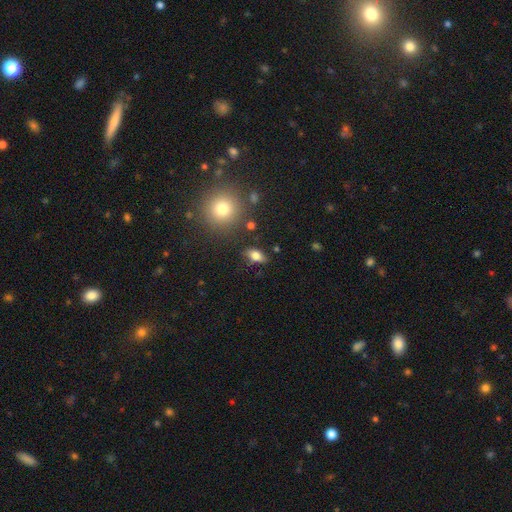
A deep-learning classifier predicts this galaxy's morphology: smooth_or_featured: smooth (p=0.73) [alt: featured or disk p=0.16]
how_rounded: in between (p=0.82) [alt: round p=0.10]
merging: none (p=0.81) [alt: minor disturbance p=0.12]